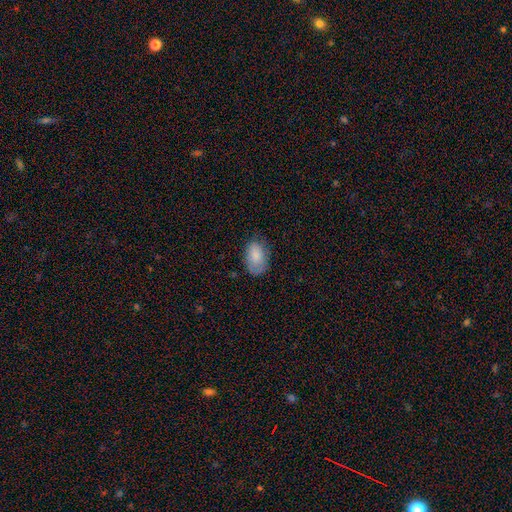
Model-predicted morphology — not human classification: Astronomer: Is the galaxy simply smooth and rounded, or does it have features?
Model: smooth — 83%.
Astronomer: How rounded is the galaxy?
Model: in between — 90%.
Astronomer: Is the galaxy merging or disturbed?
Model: none — 67%.